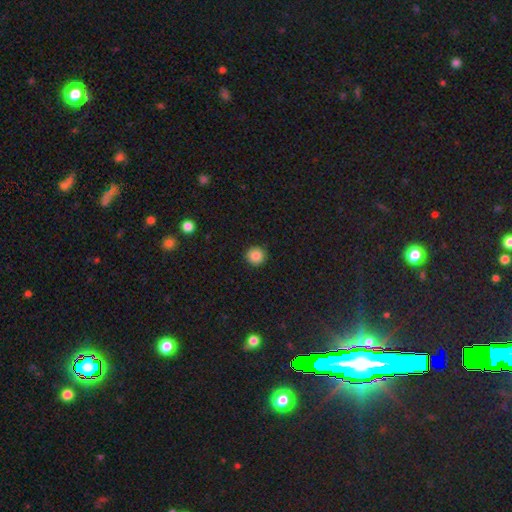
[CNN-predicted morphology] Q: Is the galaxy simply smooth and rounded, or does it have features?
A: smooth — 86%.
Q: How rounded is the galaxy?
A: round — 94%.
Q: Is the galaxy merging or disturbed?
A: none — 92%.